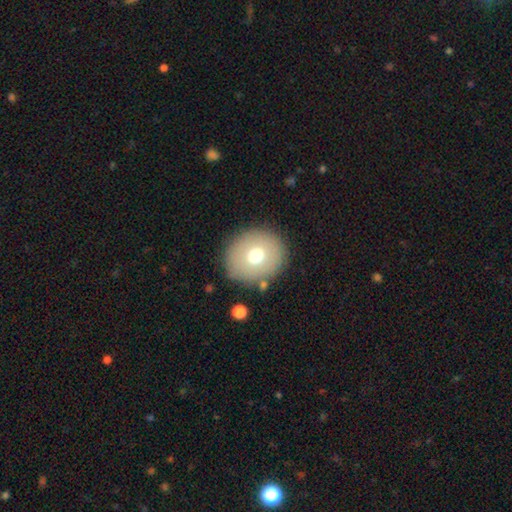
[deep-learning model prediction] Q: Smooth or featured?
A: smooth (69%); runner-up: featured or disk (20%)
Q: How rounded?
A: round (77%); runner-up: in between (22%)
Q: Merging?
A: none (85%); runner-up: minor disturbance (8%)